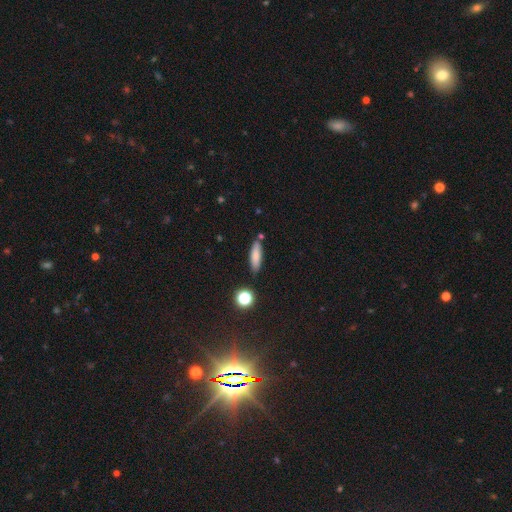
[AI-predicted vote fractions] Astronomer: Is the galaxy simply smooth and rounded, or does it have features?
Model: smooth — 80%.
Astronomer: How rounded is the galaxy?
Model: cigar-shaped — 58% (runner-up: in between, 39%).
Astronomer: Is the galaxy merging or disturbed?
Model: none — 80%.